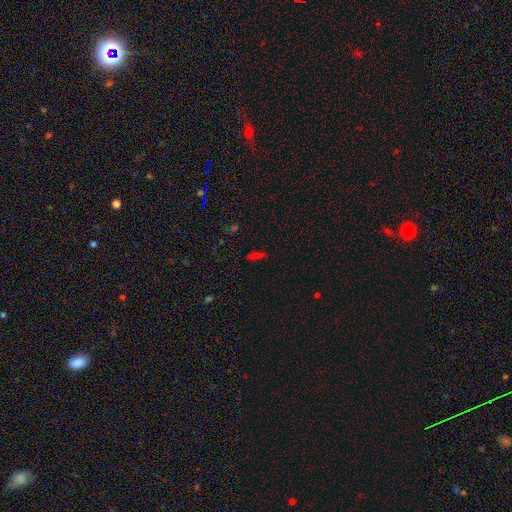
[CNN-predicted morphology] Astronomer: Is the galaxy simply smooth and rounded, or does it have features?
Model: smooth — 63%.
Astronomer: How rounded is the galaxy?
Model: cigar-shaped — 52% (runner-up: in between, 43%).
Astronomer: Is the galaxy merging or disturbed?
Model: none — 80%.